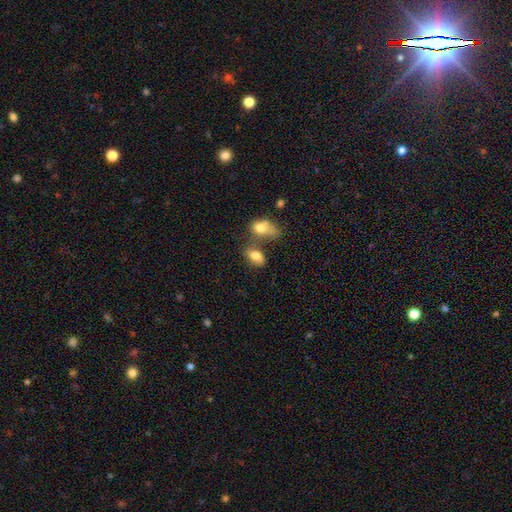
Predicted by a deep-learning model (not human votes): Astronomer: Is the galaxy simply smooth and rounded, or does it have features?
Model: smooth — 77%.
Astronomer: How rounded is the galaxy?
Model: in between — 87%.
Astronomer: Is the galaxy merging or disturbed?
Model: merger — 45% (runner-up: none, 33%).